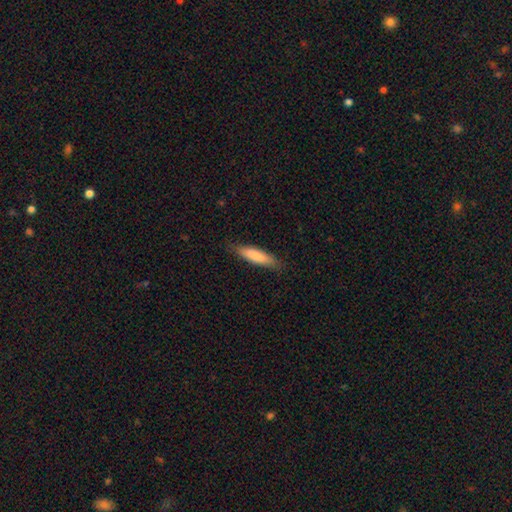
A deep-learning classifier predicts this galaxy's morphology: Smooth or featured?
  - smooth: 81% *
  - featured or disk: 14%
  - star or artifact: 5%
How rounded?
  - cigar-shaped: 76% *
  - in between: 23%
  - round: 1%
Merging?
  - none: 85% *
  - minor disturbance: 11%
  - major disturbance: 2%
  - merger: 1%